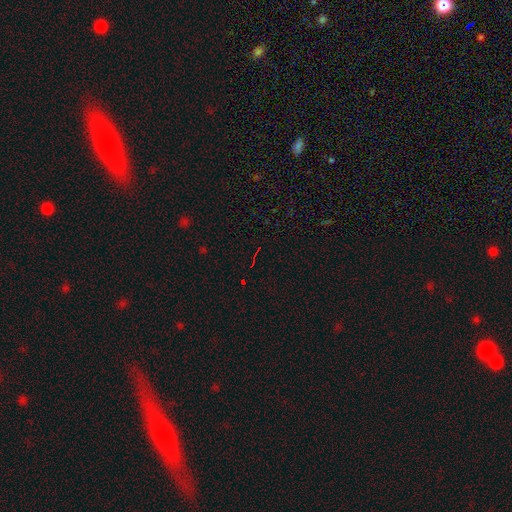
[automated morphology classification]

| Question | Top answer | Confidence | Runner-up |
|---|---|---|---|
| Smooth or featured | star or artifact | 78% | smooth (13%) |